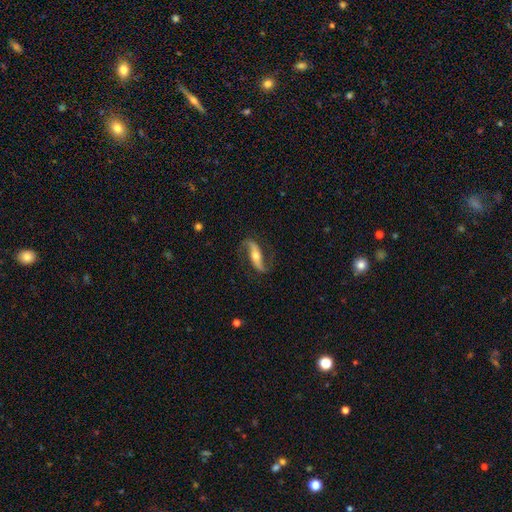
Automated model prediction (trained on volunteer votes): smooth-or-featured: featured or disk: 87% | smooth: 8% | star or artifact: 5%
  disk-edge-on: no: 86% | yes: 14%
    bar: strong: 51% | no: 26% | weak: 22%
    has-spiral-arms: yes: 96% | no: 4%
      spiral-winding: loose: 66% | medium: 25% | tight: 9%
      spiral-arm-count: 2: 93% | 1: 2% | can't tell: 2% | 3: 1% | 4: 1% | more than 4: 1%
    bulge-size: moderate: 59% | small: 33% | large: 5% | none: 2% | dominant: 1%
  merging: none: 80% | minor disturbance: 12% | major disturbance: 6% | merger: 1%